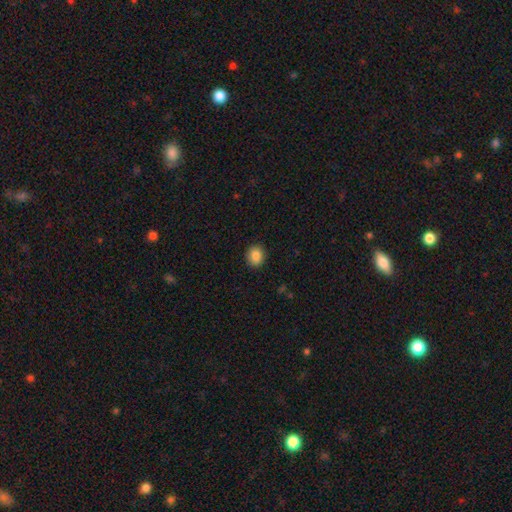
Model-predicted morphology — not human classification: Overall: smooth (87%). How rounded: round (67%; in between 32%). Merging: none (89%).